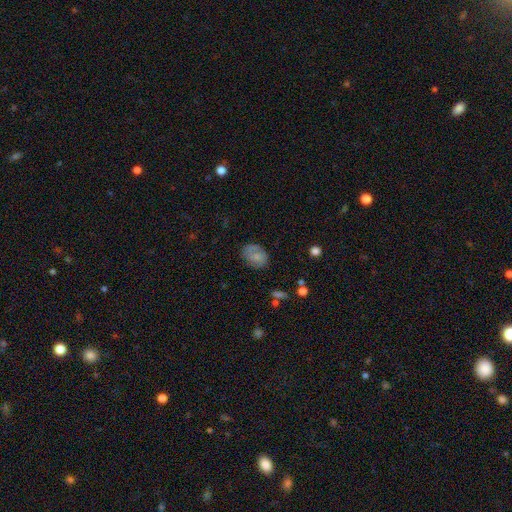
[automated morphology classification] The model was most divided on "how rounded": in between: 62%, round: 37%, cigar-shaped: 1%. More confident: merging — none (68%); smooth or featured — smooth (64%).